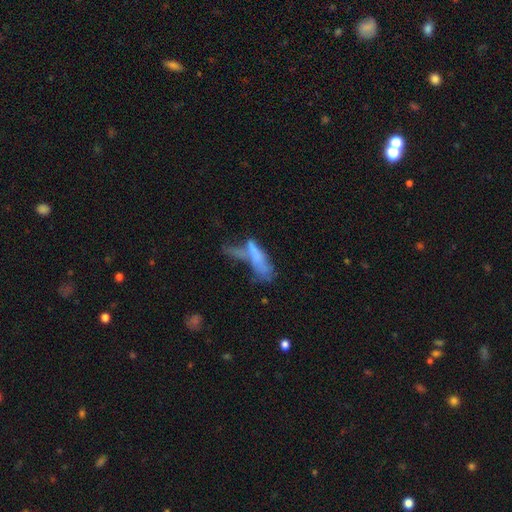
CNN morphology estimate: Smooth or featured? smooth (52%)
How rounded? cigar-shaped (58%)
Merging? merger (36%)